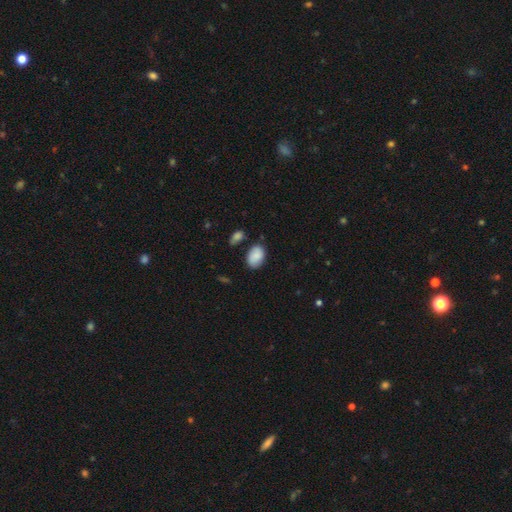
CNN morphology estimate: smooth-or-featured: smooth: 85% | featured or disk: 8% | star or artifact: 7%
  how-rounded: in between: 85% | round: 14% | cigar-shaped: 1%
  merging: none: 71% | minor disturbance: 18% | merger: 6% | major disturbance: 4%